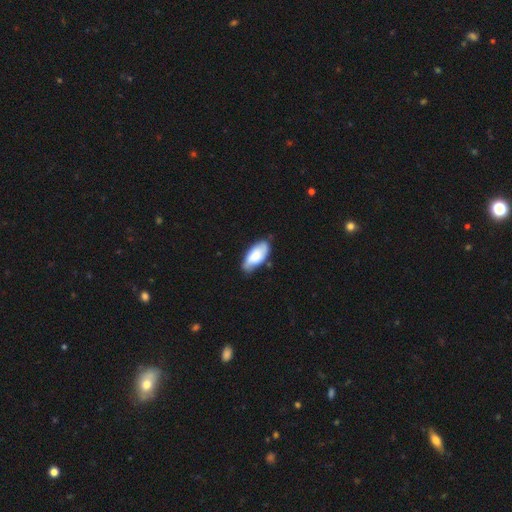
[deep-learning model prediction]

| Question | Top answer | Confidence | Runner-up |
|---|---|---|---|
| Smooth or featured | smooth | 69% | featured or disk (25%) |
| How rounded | in between | 91% | cigar-shaped (7%) |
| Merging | none | 69% | minor disturbance (25%) |